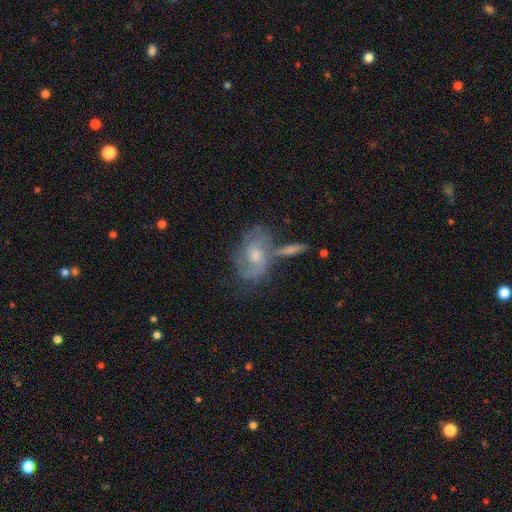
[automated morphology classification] Smooth or featured? Predicted: featured or disk (p=0.77). Edge-on disk? Predicted: no (p=0.96). Bar? Predicted: no (p=0.61). Spiral arms? Predicted: yes (p=0.89). Spiral winding? Predicted: medium (p=0.46). Spiral arm count? Predicted: 2 (p=0.61). Bulge size? Predicted: moderate (p=0.58). Merging? Predicted: none (p=0.50).